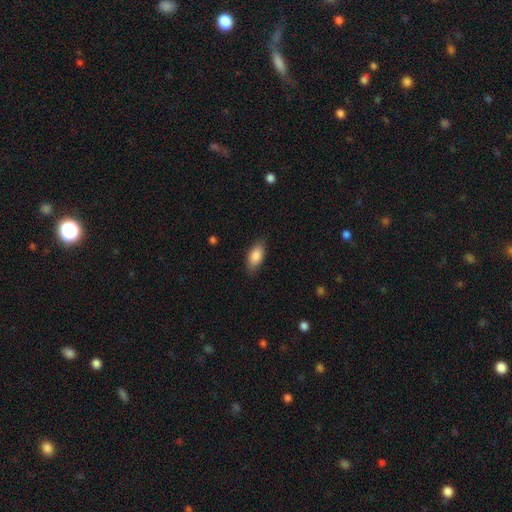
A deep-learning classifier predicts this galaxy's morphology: Smooth or featured? Predicted: smooth (p=0.85). How rounded? Predicted: in between (p=0.88). Merging? Predicted: none (p=0.84).